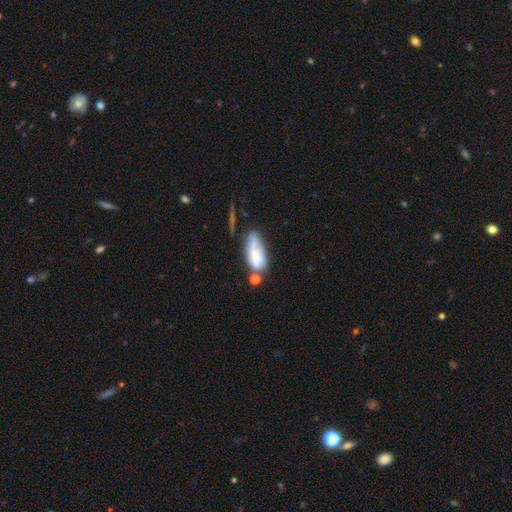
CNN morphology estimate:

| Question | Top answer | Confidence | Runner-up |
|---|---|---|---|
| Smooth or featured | smooth | 60% | featured or disk (32%) |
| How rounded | in between | 83% | cigar-shaped (13%) |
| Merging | none | 36% | minor disturbance (27%) |